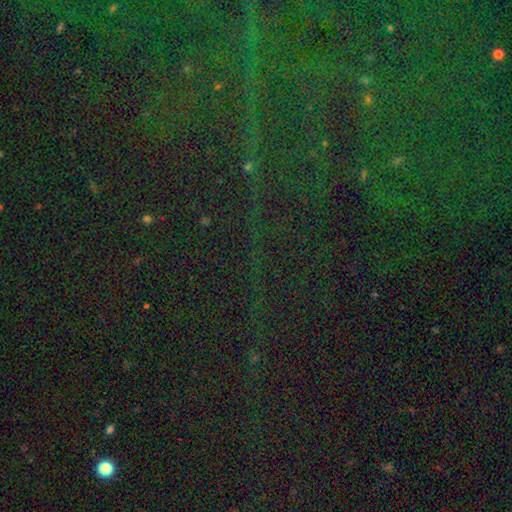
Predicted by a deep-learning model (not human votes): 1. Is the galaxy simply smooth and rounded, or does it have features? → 85% star or artifact, 8% smooth, 7% featured or disk.